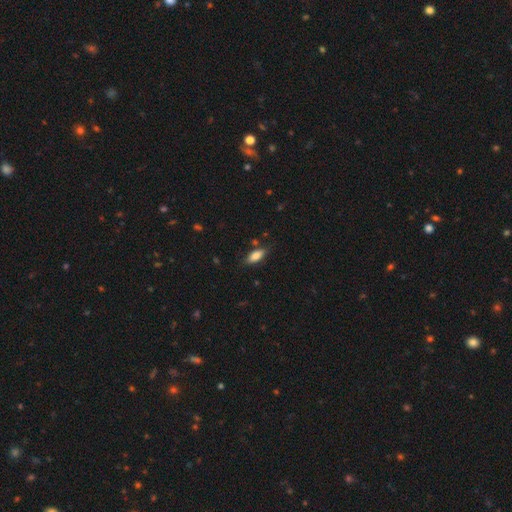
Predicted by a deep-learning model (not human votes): This is clearly a smooth galaxy (81%). How rounded: clearly in between (81%). Merging: clearly none (80%).